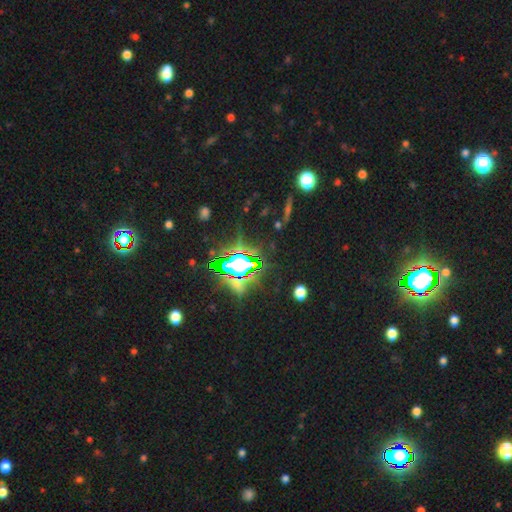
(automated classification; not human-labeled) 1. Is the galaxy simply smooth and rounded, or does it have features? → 81% star or artifact, 11% smooth, 8% featured or disk.